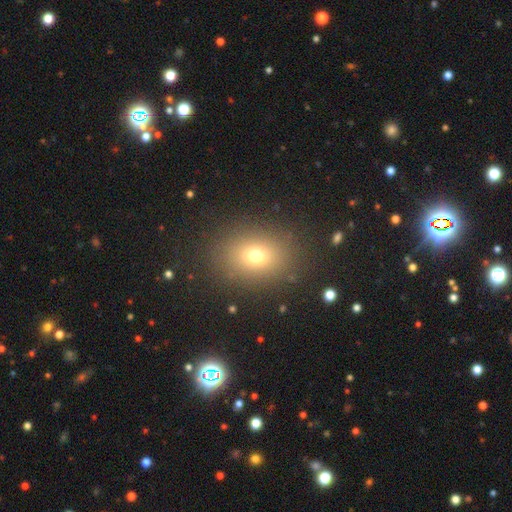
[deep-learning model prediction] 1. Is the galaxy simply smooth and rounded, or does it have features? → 71% smooth, 18% star or artifact, 11% featured or disk.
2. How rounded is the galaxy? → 58% in between, 41% round, 1% cigar-shaped.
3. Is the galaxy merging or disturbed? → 86% none, 8% minor disturbance, 4% major disturbance, 2% merger.